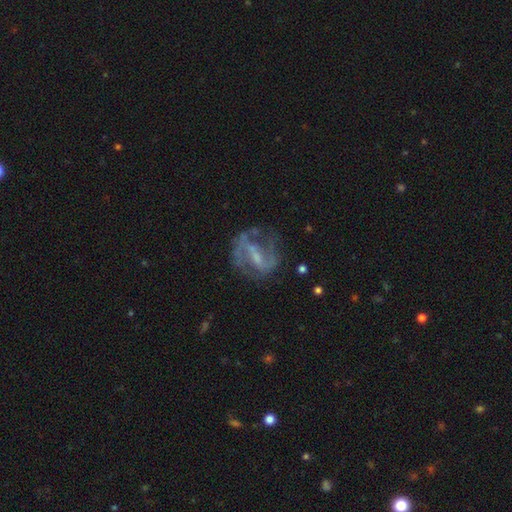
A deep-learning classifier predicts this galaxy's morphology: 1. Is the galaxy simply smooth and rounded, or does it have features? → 78% featured or disk, 14% smooth, 9% star or artifact.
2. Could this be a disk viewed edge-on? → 96% no, 4% yes.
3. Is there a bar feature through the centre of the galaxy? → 45% weak, 33% strong, 22% no.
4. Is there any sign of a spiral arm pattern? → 80% yes, 20% no.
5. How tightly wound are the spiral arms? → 45% medium, 34% loose, 20% tight.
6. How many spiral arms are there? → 71% 2, 15% can't tell, 6% 1, 4% 3, 2% 4, 2% more than 4.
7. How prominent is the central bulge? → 50% small, 24% moderate, 23% none, 2% large, 1% dominant.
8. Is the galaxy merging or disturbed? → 57% none, 20% minor disturbance, 20% major disturbance, 3% merger.